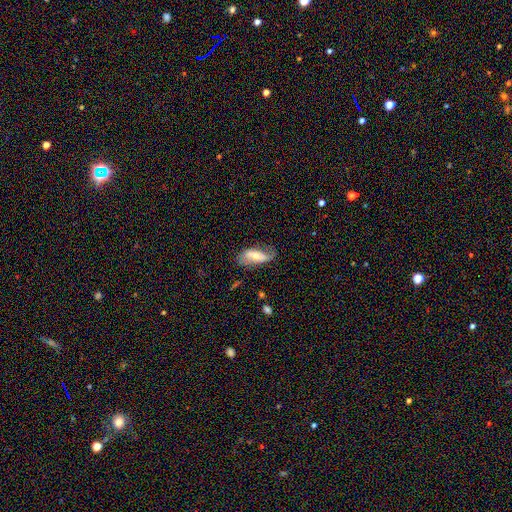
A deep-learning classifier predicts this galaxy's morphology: Smooth or featured? featured or disk (49%)
Merging? none (56%)